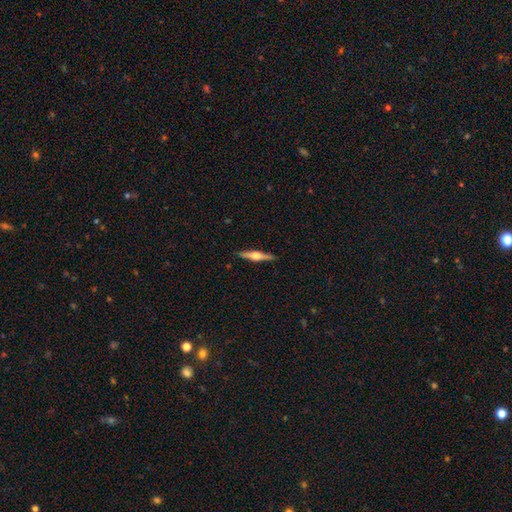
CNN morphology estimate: Smooth or featured? Predicted: featured or disk (p=0.68). Edge-on disk? Predicted: yes (p=0.98). Edge-on bulge? Predicted: rounded (p=0.81). Merging? Predicted: none (p=0.91).